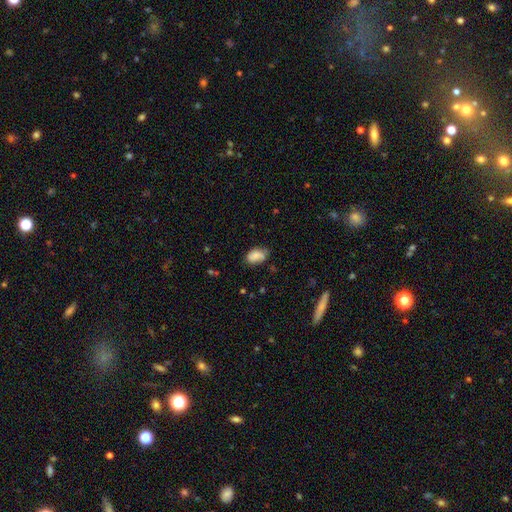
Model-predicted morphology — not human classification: This appears to be a smooth galaxy with no disk features (79%) that is in between round and cigar-shaped (90%). Merging: none (59%).